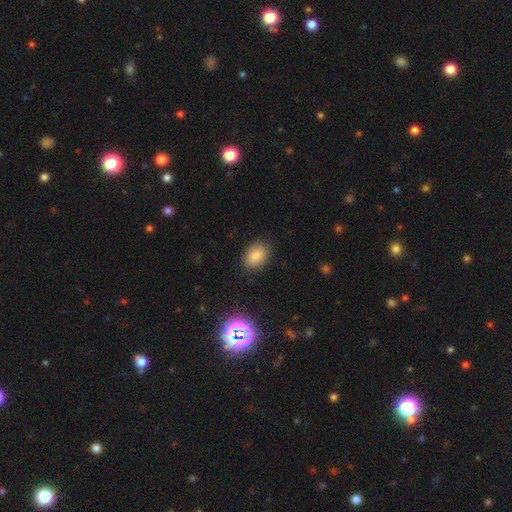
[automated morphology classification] The model was most divided on "how rounded": in between: 68%, round: 31%, cigar-shaped: 1%. More confident: merging — none (85%); smooth or featured — smooth (81%).